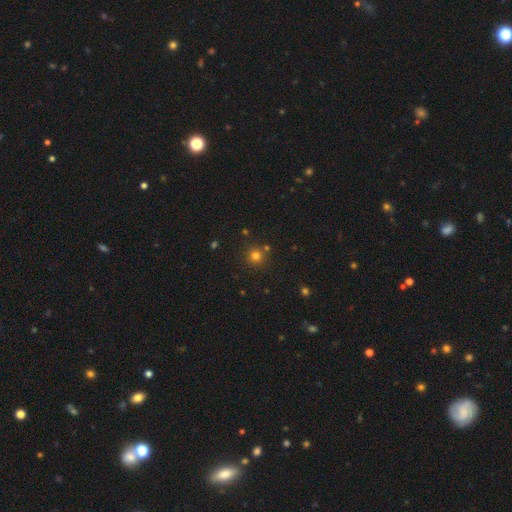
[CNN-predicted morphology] Smooth or featured? Predicted: smooth (p=0.76). How rounded? Predicted: round (p=0.93). Merging? Predicted: none (p=0.81).